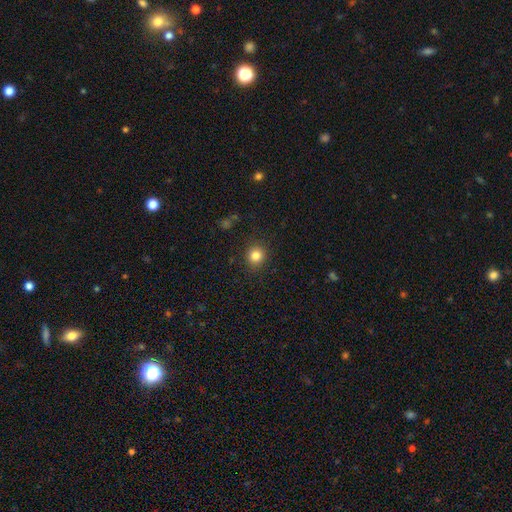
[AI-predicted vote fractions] Overall: smooth (83%). How rounded: round (89%). Merging: none (89%).